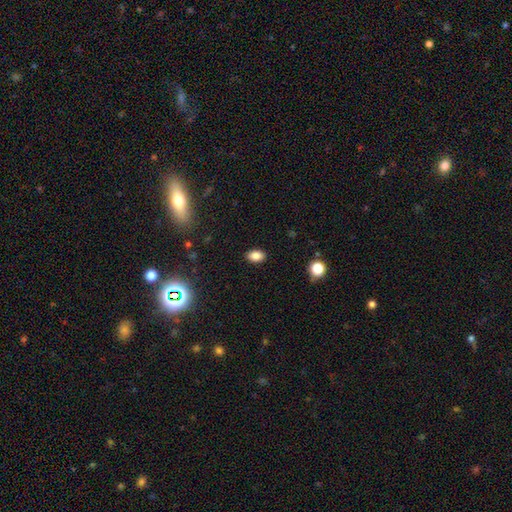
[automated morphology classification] smooth-or-featured: smooth: 84% | star or artifact: 11% | featured or disk: 5%
  how-rounded: in between: 87% | round: 11% | cigar-shaped: 2%
  merging: none: 88% | minor disturbance: 8% | major disturbance: 2% | merger: 1%